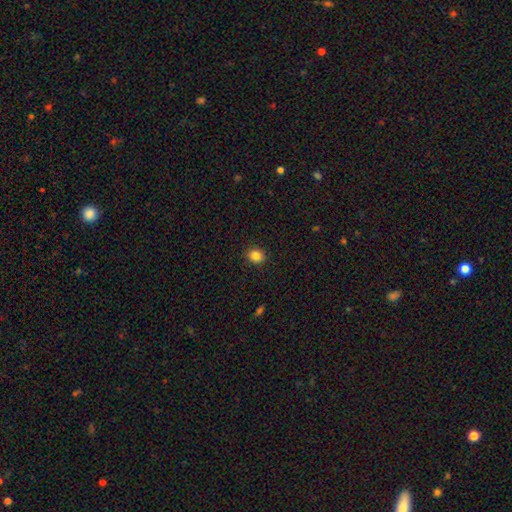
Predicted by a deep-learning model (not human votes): The model was most divided on "how rounded": round: 68%, in between: 31%, cigar-shaped: 1%. More confident: merging — none (90%); smooth or featured — smooth (85%).